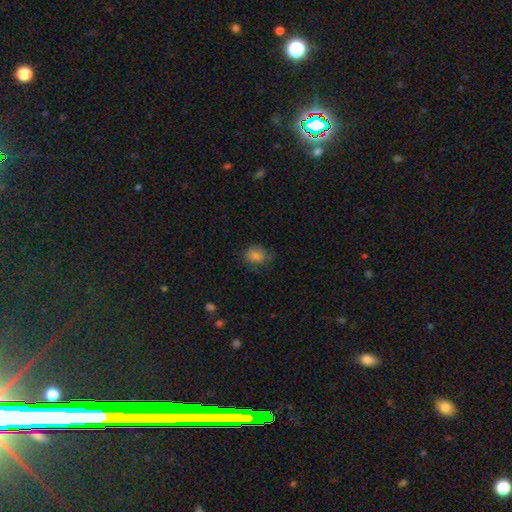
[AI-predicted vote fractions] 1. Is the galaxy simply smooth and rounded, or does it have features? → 80% smooth, 12% star or artifact, 7% featured or disk.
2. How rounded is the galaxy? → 59% in between, 39% round, 1% cigar-shaped.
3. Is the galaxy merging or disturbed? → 71% none, 21% minor disturbance, 6% major disturbance, 1% merger.